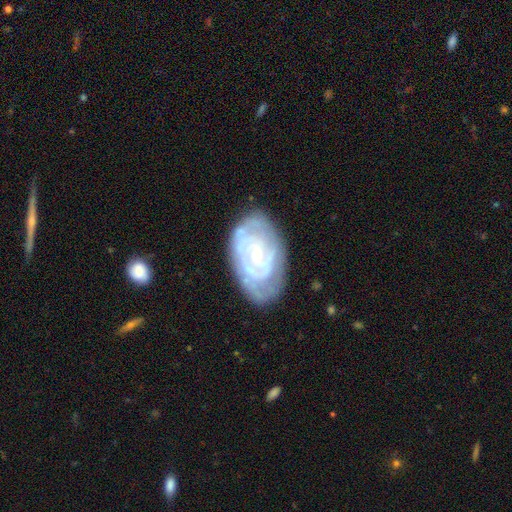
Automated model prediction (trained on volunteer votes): Overall: featured or disk (79%). Edge-on disk: no (96%). Bar: no (63%; weak 30%). Spiral arms: yes (87%). Spiral arm count: can't tell (46%; 2 27%). Spiral winding: tight (73%). Bulge size: small (76%). Merging: none (70%).